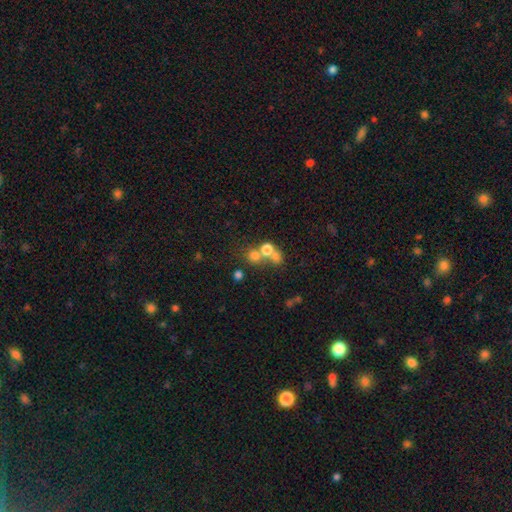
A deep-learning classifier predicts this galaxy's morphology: smooth 60%, star or artifact 23%, featured or disk 17%. Down the decision tree: how rounded — round (81%); merging — merger (49%).